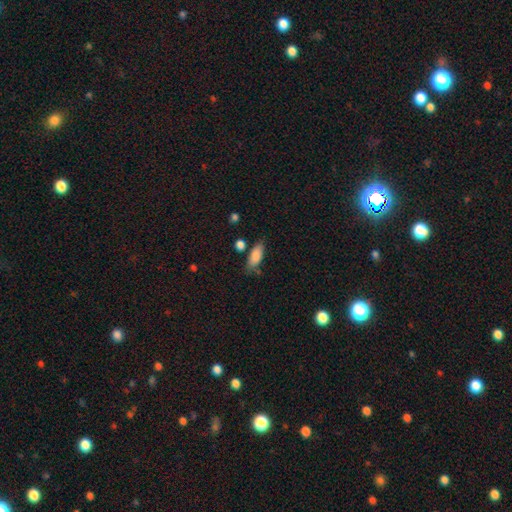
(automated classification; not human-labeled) smooth-or-featured: smooth: 84% | featured or disk: 9% | star or artifact: 7%
  how-rounded: in between: 78% | cigar-shaped: 19% | round: 3%
  merging: none: 70% | minor disturbance: 18% | merger: 7% | major disturbance: 5%